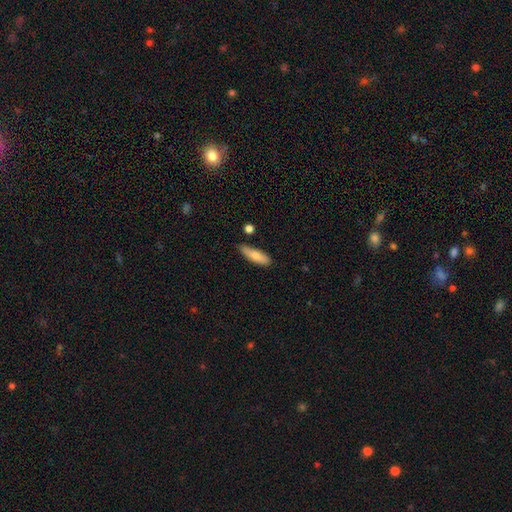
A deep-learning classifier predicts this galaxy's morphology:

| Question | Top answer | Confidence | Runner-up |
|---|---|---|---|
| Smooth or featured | smooth | 77% | featured or disk (17%) |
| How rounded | cigar-shaped | 55% | in between (43%) |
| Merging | none | 72% | minor disturbance (21%) |